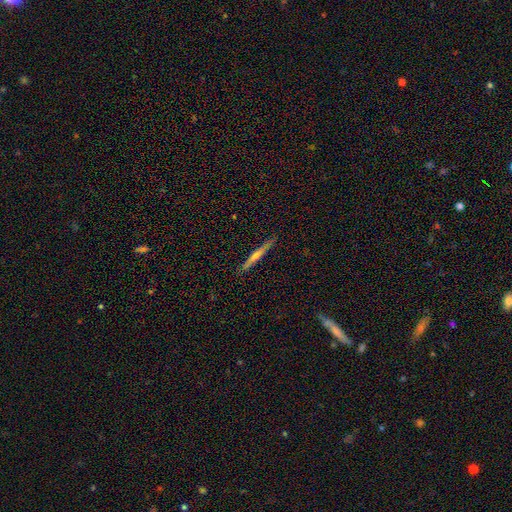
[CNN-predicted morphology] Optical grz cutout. It shows a featured or disk galaxy (69%) viewed edge-on (98%) with a rounded central bulge (76%). Merging: none (91%).